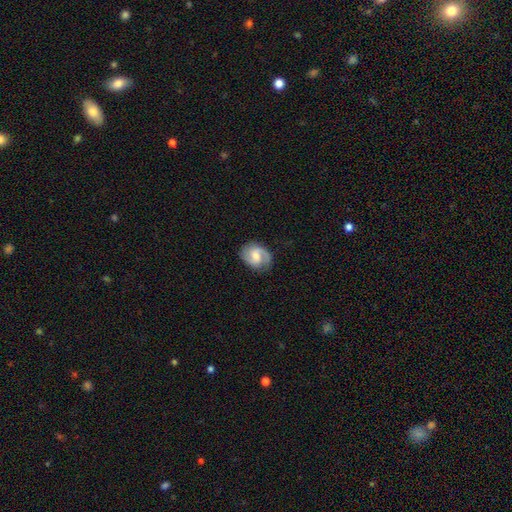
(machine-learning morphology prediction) Overall: featured or disk (68%). Edge-on disk: no (97%). Bar: weak (53%; no 34%). Spiral arms: yes (92%). Spiral arm count: 2 (82%). Spiral winding: medium (48%; tight 28%). Bulge size: moderate (58%; small 29%). Merging: none (77%).